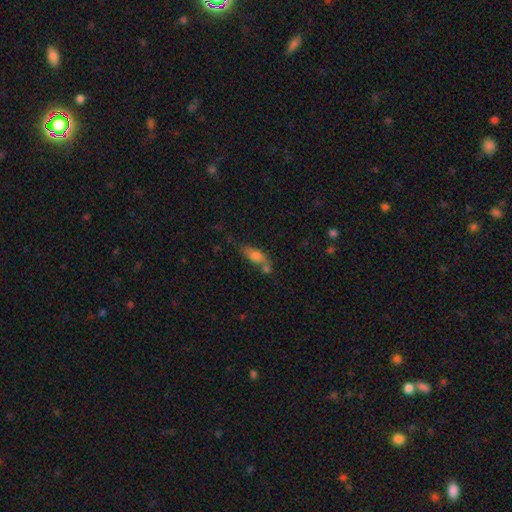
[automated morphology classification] A smooth galaxy with no disk features (71%) that is in between round and cigar-shaped (71%). Merging: none (41%).